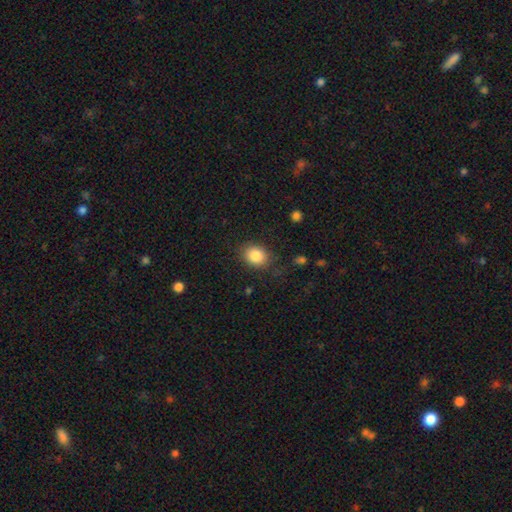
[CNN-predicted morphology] type=smooth (85%); roundness=in between (54%); merging=none (81%).